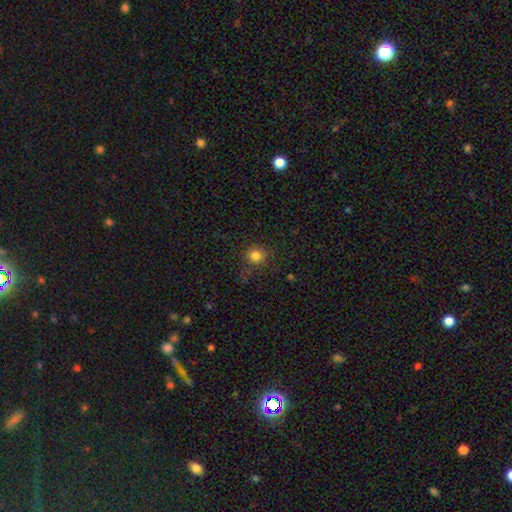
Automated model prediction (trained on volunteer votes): Overall: smooth (80%). How rounded: round (89%). Merging: none (79%).